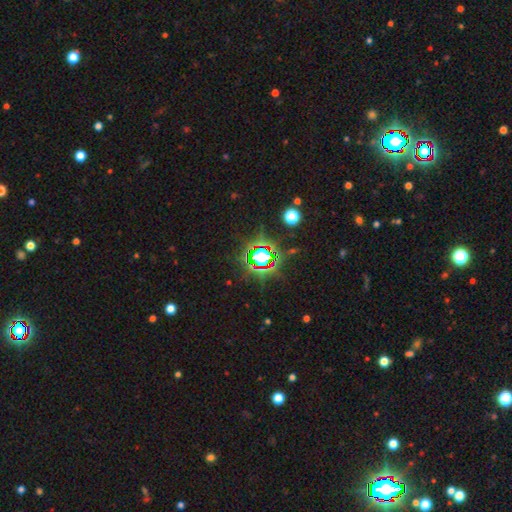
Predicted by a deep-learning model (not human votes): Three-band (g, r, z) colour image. It shows a star or artifact, not a galaxy (74%).